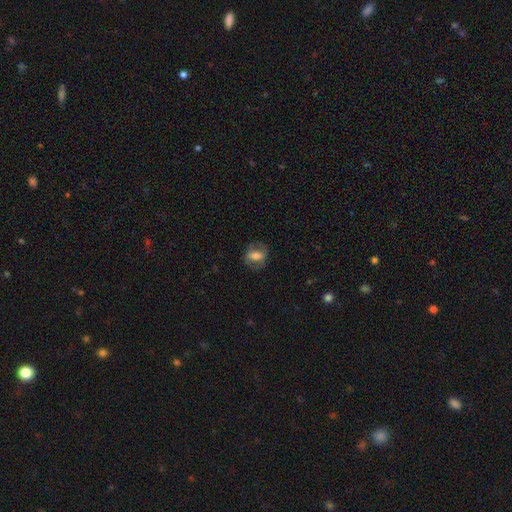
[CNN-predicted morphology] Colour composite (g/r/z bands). It shows a smooth galaxy with no disk features (50%) that is in between round and cigar-shaped (61%). Merging: none (71%).